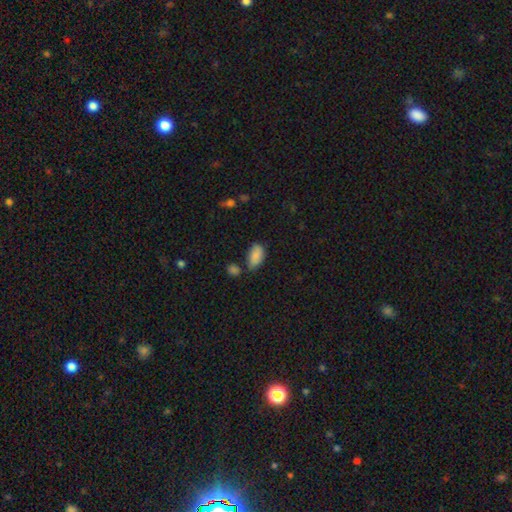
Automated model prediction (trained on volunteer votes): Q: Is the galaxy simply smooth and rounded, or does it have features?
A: smooth — 87%.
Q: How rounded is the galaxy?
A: in between — 94%.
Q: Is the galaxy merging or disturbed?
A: none — 58%.